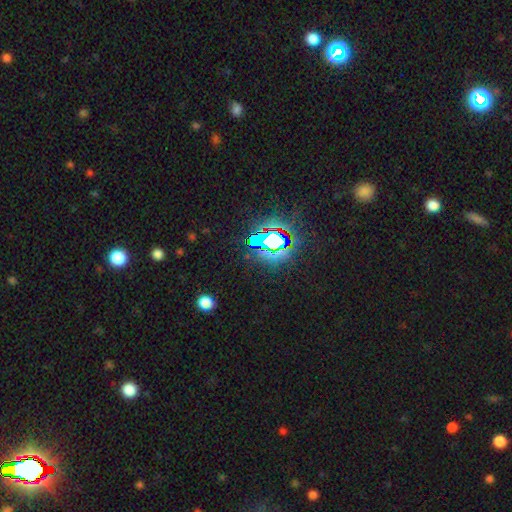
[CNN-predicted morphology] Smooth or featured?
  - star or artifact: 81% *
  - smooth: 12%
  - featured or disk: 7%